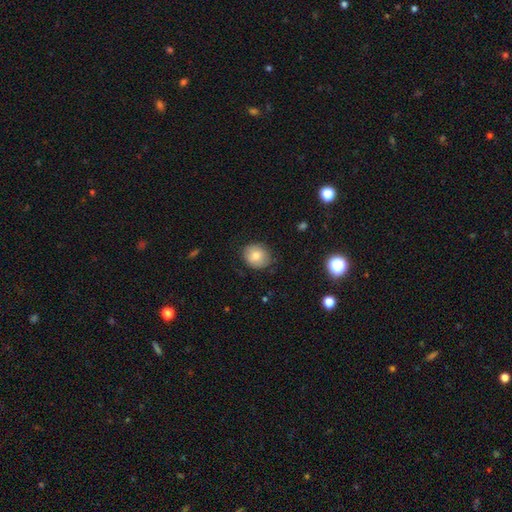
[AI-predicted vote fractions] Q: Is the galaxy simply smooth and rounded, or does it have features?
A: smooth — 76%.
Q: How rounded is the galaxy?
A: round — 70%.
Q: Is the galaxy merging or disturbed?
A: none — 80%.